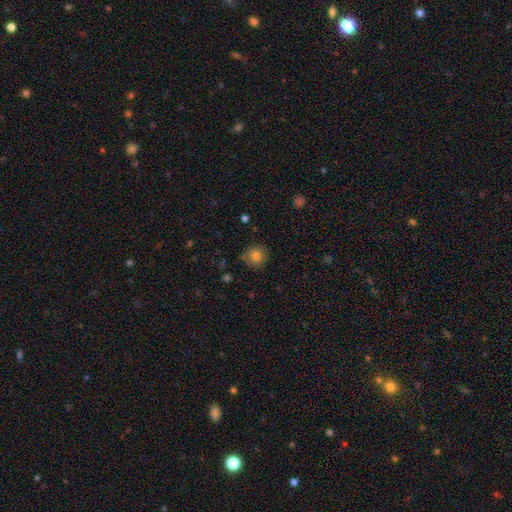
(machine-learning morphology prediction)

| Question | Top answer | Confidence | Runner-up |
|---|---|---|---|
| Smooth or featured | smooth | 81% | star or artifact (11%) |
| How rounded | round | 92% | in between (7%) |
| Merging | none | 83% | minor disturbance (13%) |